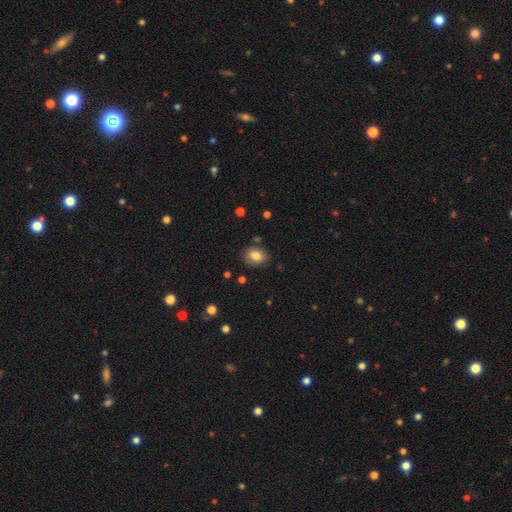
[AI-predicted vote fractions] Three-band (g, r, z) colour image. It shows a smooth galaxy with no disk features (82%) that is in between round and cigar-shaped (60%). Merging: none (81%).